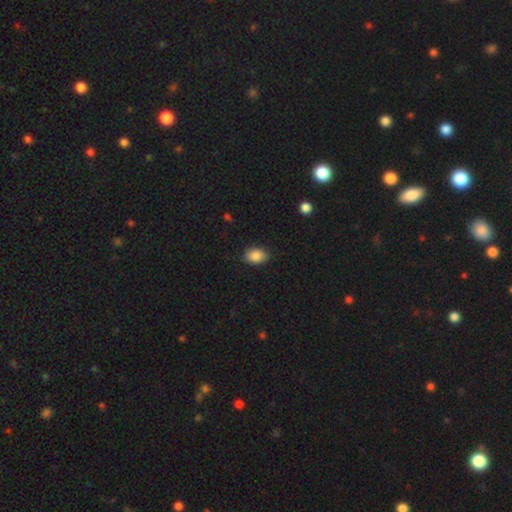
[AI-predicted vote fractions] A smooth galaxy with no disk features (88%) that is in between round and cigar-shaped (80%). Merging: none (87%).